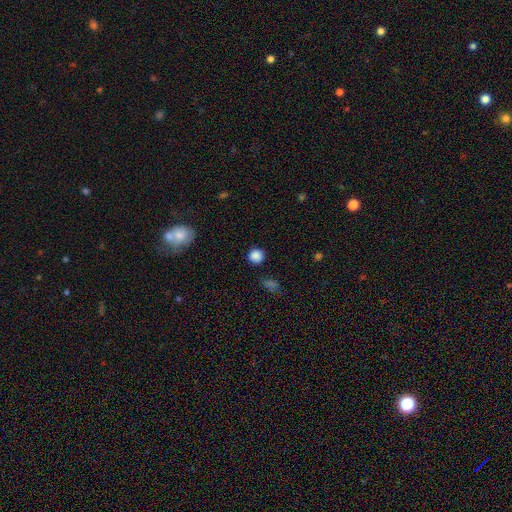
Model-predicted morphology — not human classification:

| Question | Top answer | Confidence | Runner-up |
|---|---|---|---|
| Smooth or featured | smooth | 85% | star or artifact (11%) |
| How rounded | round | 93% | in between (6%) |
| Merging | none | 88% | minor disturbance (7%) |